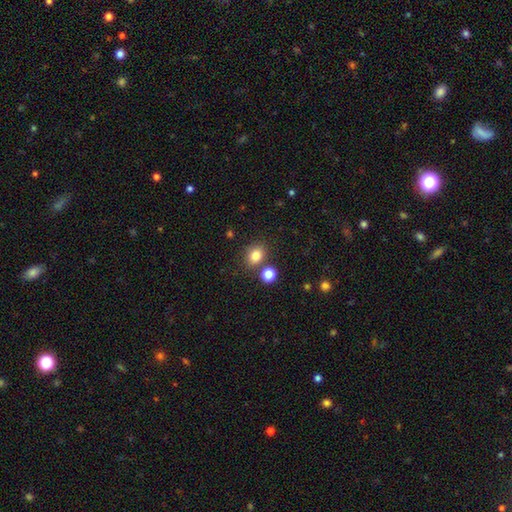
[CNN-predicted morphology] smooth-or-featured: smooth: 82% | star or artifact: 12% | featured or disk: 6%
  how-rounded: round: 54% | in between: 45% | cigar-shaped: 1%
  merging: none: 74% | merger: 12% | minor disturbance: 11% | major disturbance: 3%